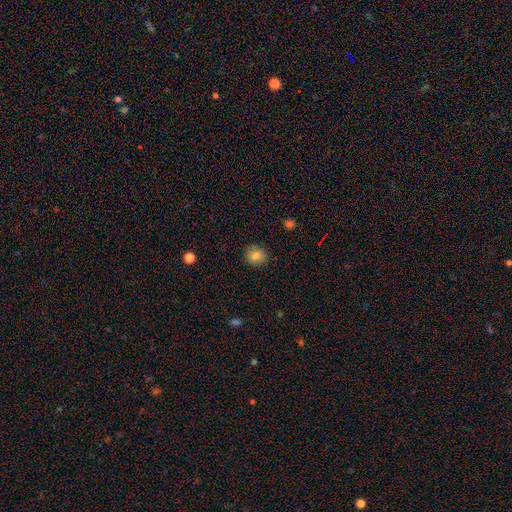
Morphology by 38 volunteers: A smooth galaxy with no disk features (84%) that is round (75%). Merging: none (97%).